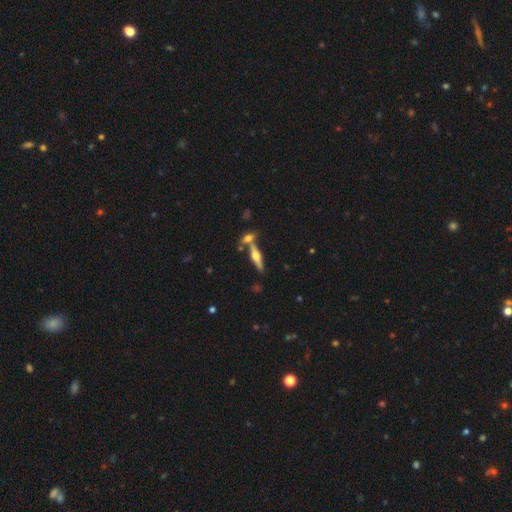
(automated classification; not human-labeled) A featured or disk galaxy (69%) viewed edge-on (95%) with a rounded central bulge (95%).

Vote fractions:
- Smooth or featured? featured or disk: 69% / smooth: 25% / star or artifact: 7%
- Edge-on disk? yes: 95% / no: 5%
- Edge-on bulge? rounded: 95% / boxy: 3% / none: 2%
- Merging? none: 66% / merger: 21% / minor disturbance: 9% / major disturbance: 3%